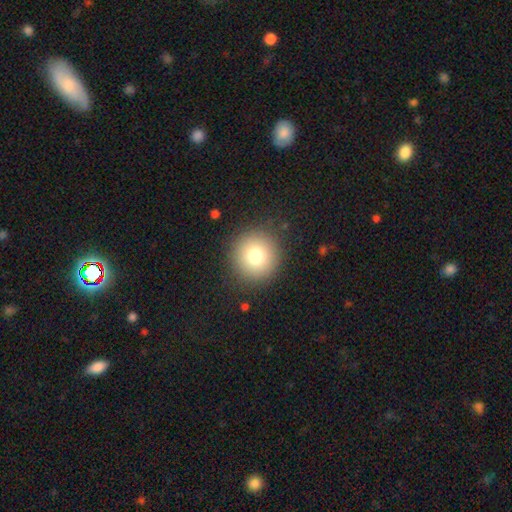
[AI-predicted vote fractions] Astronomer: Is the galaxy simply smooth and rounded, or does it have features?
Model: smooth — 76%.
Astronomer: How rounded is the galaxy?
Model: round — 95%.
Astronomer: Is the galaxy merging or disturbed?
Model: none — 89%.